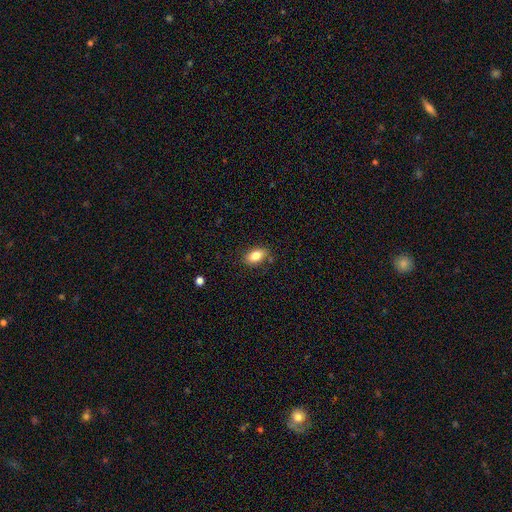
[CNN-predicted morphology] This appears to be a smooth galaxy with no disk features (82%) that is in between round and cigar-shaped (89%). Merging: none (83%).